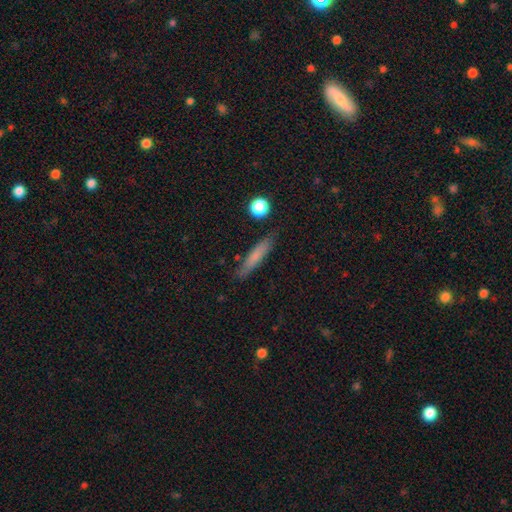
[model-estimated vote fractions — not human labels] Q: Smooth or featured?
A: smooth (70%); runner-up: featured or disk (23%)
Q: How rounded?
A: cigar-shaped (88%); runner-up: in between (10%)
Q: Merging?
A: none (83%); runner-up: minor disturbance (12%)